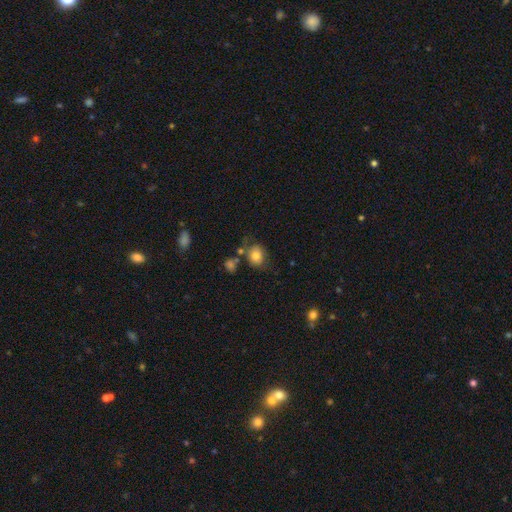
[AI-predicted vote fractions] Smooth or featured: smooth — 78% (featured or disk — 12%)
How rounded: round — 57% (in between — 42%)
Merging: none — 63% (minor disturbance — 20%)